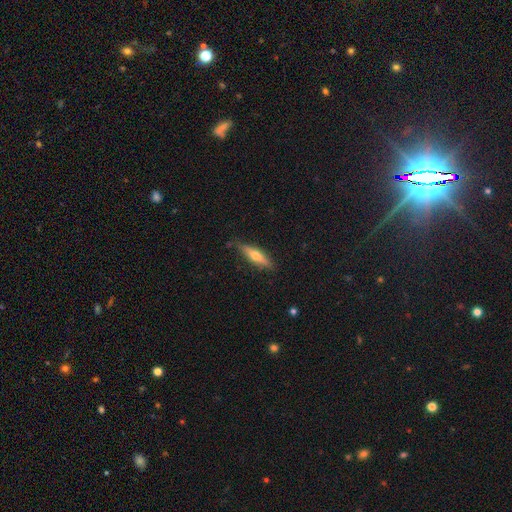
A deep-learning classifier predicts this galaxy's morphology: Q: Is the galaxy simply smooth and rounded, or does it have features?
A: featured or disk — 48%.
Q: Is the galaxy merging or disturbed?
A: none — 81%.